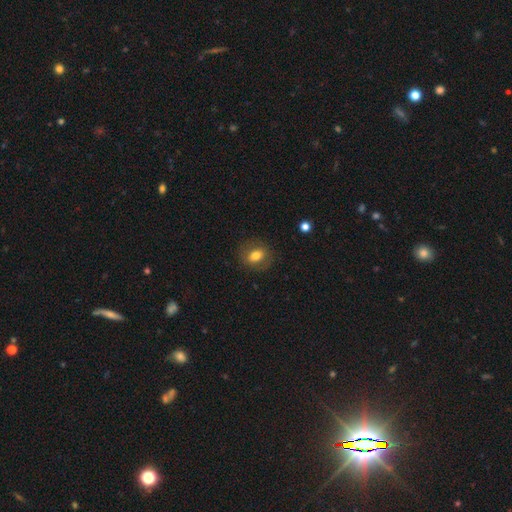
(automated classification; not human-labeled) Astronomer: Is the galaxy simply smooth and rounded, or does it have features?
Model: smooth — 70%.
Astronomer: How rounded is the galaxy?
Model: in between — 51% (runner-up: round, 48%).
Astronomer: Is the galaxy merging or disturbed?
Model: none — 82%.